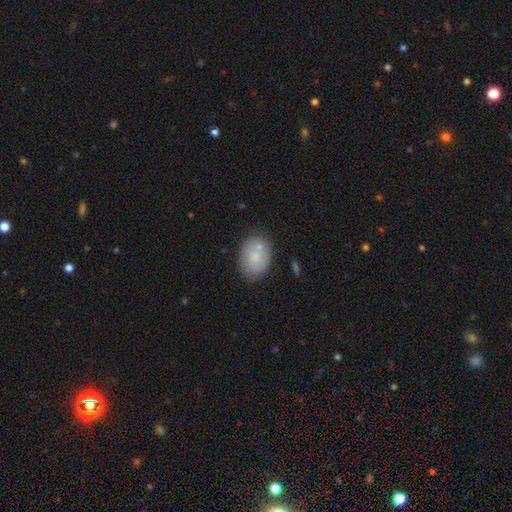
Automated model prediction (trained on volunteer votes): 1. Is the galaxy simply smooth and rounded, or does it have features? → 76% smooth, 16% featured or disk, 8% star or artifact.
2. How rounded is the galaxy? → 79% in between, 20% round, 1% cigar-shaped.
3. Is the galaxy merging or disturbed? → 69% none, 16% minor disturbance, 11% merger, 4% major disturbance.